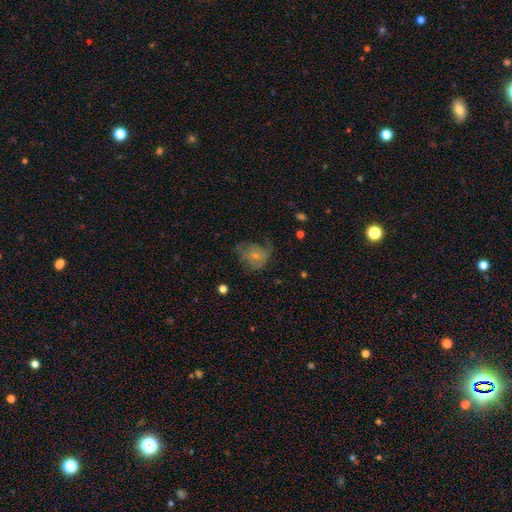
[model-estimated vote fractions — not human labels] smooth 48%, featured or disk 42%, star or artifact 10%. Down the decision tree: merging — none (38%).